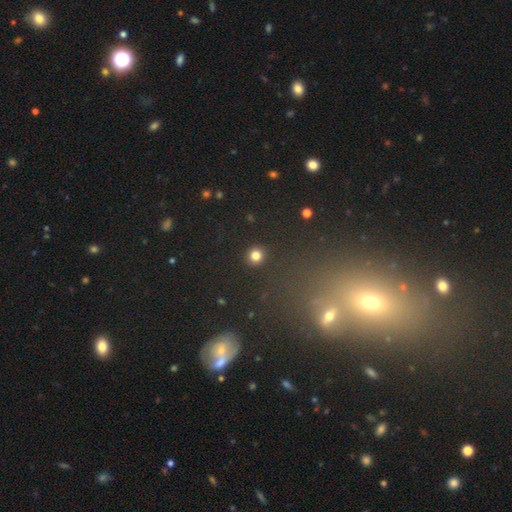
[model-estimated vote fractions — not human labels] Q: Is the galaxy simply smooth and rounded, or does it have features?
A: smooth — 82%.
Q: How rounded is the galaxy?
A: round — 89%.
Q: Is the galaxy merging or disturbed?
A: none — 92%.